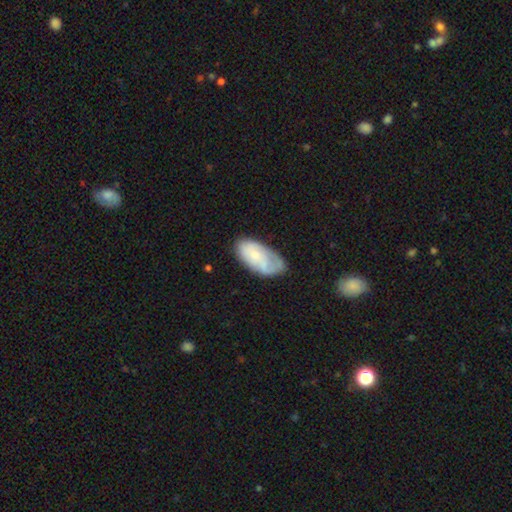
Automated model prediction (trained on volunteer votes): smooth-or-featured: smooth: 58% | featured or disk: 36% | star or artifact: 7%
  how-rounded: in between: 94% | cigar-shaped: 4% | round: 3%
  merging: none: 51% | minor disturbance: 33% | major disturbance: 13% | merger: 3%